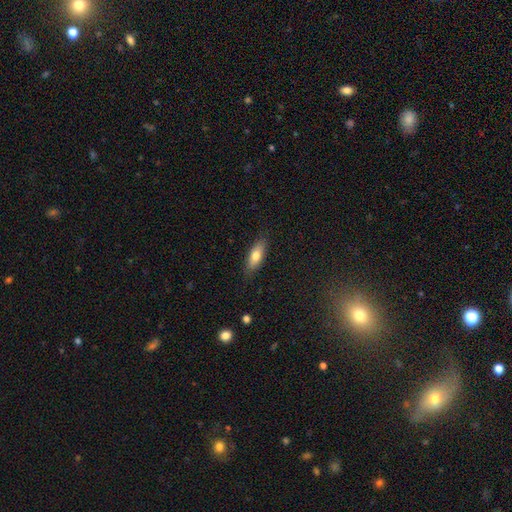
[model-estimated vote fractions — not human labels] Smooth or featured? Predicted: smooth (p=0.72). How rounded? Predicted: in between (p=0.65). Merging? Predicted: none (p=0.85).